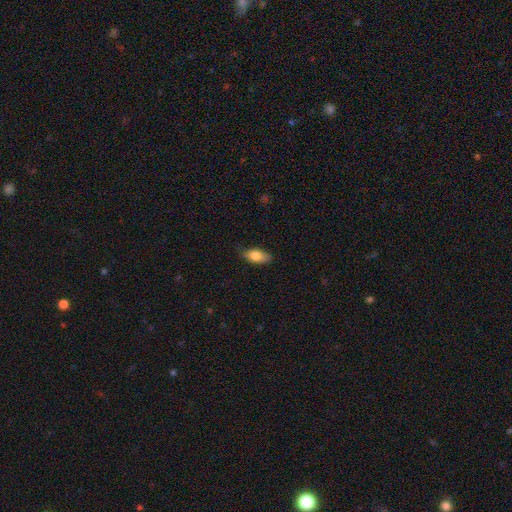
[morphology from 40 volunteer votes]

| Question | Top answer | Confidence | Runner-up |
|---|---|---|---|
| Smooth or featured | smooth | 75% | featured or disk (20%) |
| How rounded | in between | 93% | cigar-shaped (7%) |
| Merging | none | 74% | minor disturbance (24%) |